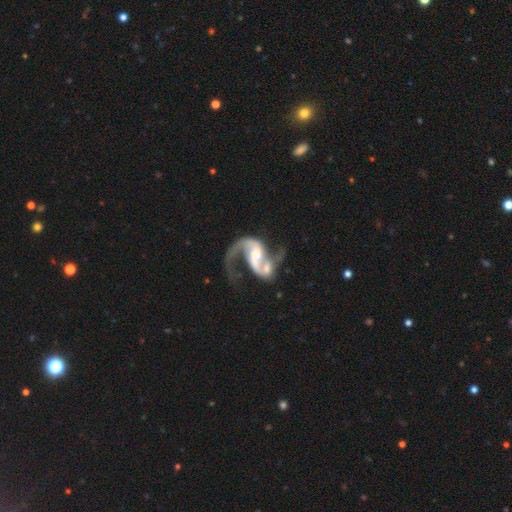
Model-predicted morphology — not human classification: Smooth or featured? Predicted: featured or disk (p=0.89). Edge-on disk? Predicted: no (p=0.98). Bar? Predicted: weak (p=0.43). Spiral arms? Predicted: yes (p=0.96). Spiral winding? Predicted: loose (p=0.68). Spiral arm count? Predicted: 2 (p=0.86). Bulge size? Predicted: moderate (p=0.40). Merging? Predicted: none (p=0.34).